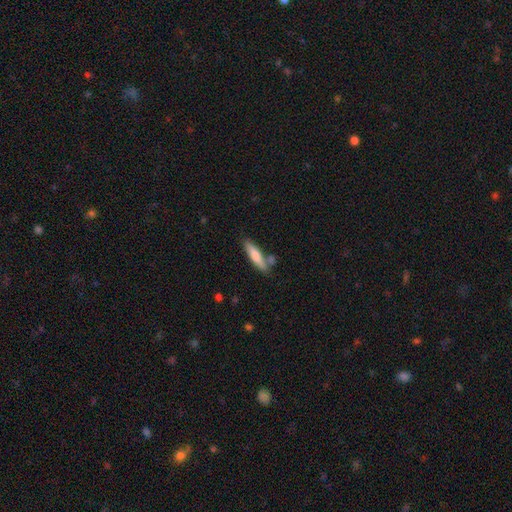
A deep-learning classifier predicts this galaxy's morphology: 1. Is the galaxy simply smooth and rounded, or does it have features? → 75% smooth, 19% featured or disk, 6% star or artifact.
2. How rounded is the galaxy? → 79% cigar-shaped, 20% in between, 2% round.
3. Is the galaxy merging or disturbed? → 71% none, 14% minor disturbance, 12% merger, 3% major disturbance.